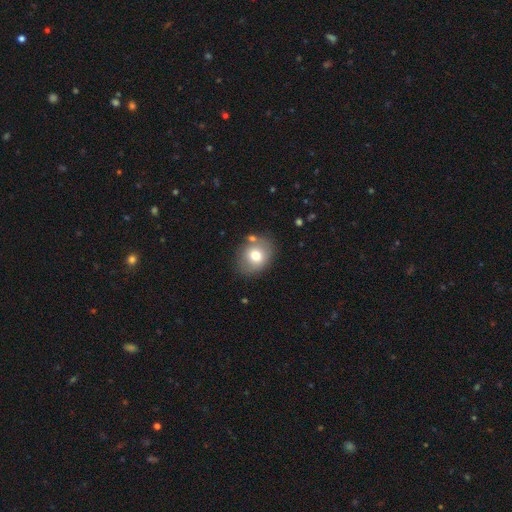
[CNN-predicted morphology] smooth 72%, featured or disk 18%, star or artifact 10%. Down the decision tree: how rounded — round (56%); merging — none (75%).